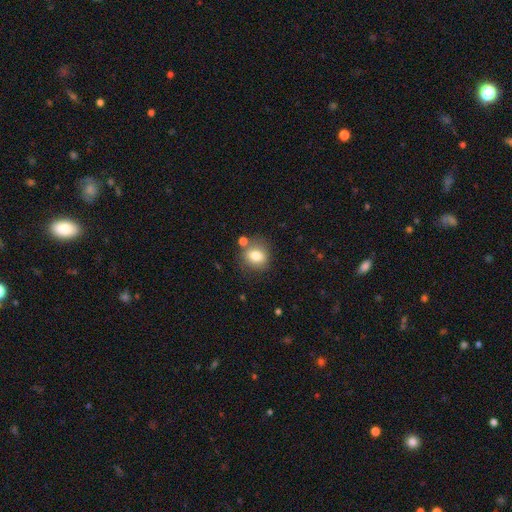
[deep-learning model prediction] Smooth or featured?
  - smooth: 77% *
  - featured or disk: 13%
  - star or artifact: 10%
How rounded?
  - round: 65% *
  - in between: 34%
  - cigar-shaped: 1%
Merging?
  - none: 70% *
  - minor disturbance: 14%
  - merger: 12%
  - major disturbance: 4%